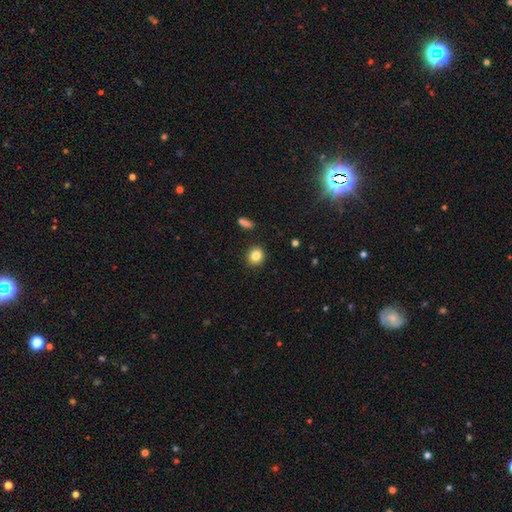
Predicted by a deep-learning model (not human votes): smooth-or-featured: smooth: 84% | star or artifact: 10% | featured or disk: 6%
  how-rounded: round: 80% | in between: 19% | cigar-shaped: 1%
  merging: none: 90% | minor disturbance: 6% | major disturbance: 2% | merger: 2%